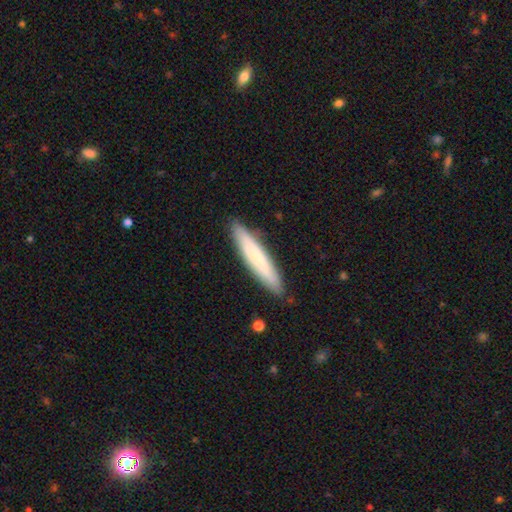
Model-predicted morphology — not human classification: This is likely a smooth galaxy (70%). How rounded: clearly cigar-shaped (90%). Merging: clearly none (88%).